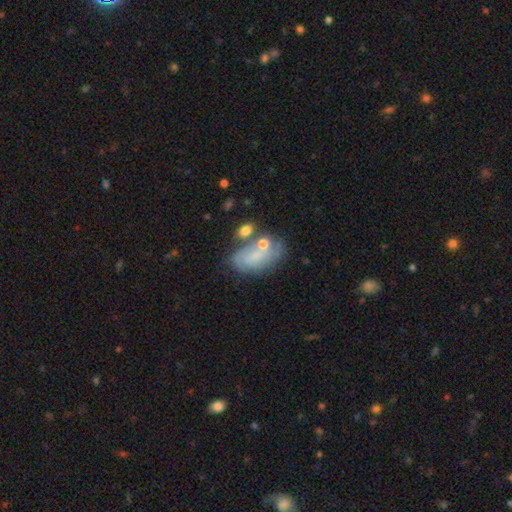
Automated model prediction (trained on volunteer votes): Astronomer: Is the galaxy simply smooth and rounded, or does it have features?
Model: featured or disk — 47% (runner-up: smooth, 42%).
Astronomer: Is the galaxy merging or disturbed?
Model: none — 45% (runner-up: minor disturbance, 23%).